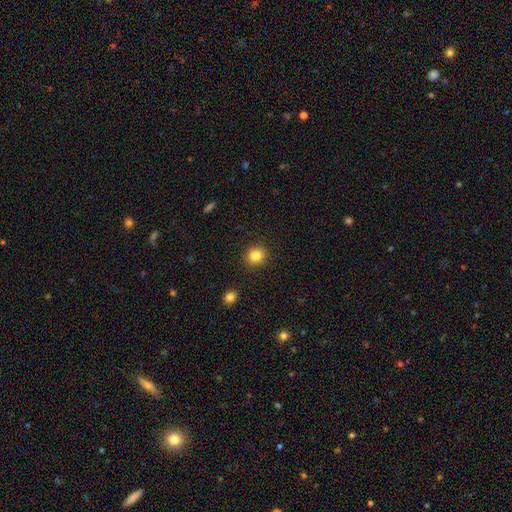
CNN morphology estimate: smooth 83%, star or artifact 11%, featured or disk 6%. Down the decision tree: how rounded — round (82%); merging — none (91%).